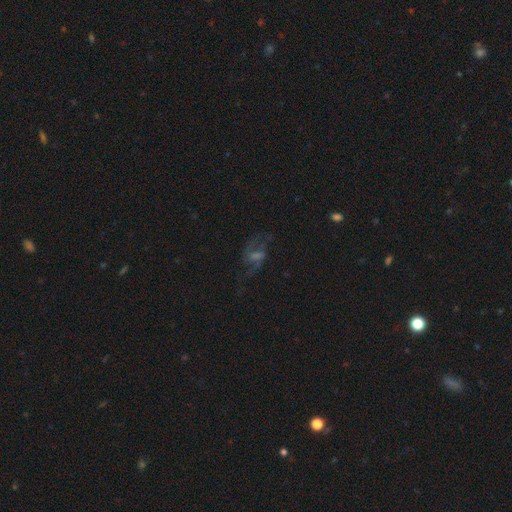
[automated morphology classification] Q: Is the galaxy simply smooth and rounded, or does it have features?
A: featured or disk — 61%.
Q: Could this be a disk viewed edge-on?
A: no — 94%.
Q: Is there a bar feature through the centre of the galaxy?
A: weak — 49%.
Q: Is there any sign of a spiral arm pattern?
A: yes — 81%.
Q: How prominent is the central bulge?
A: small — 34%.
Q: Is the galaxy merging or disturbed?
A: none — 59%.